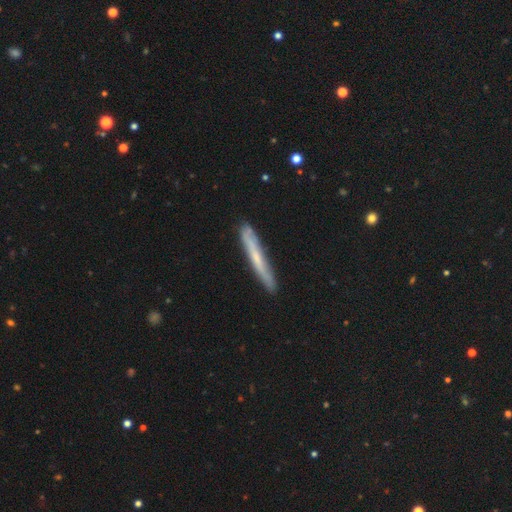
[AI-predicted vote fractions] Smooth or featured? smooth (48%)
Merging? none (84%)